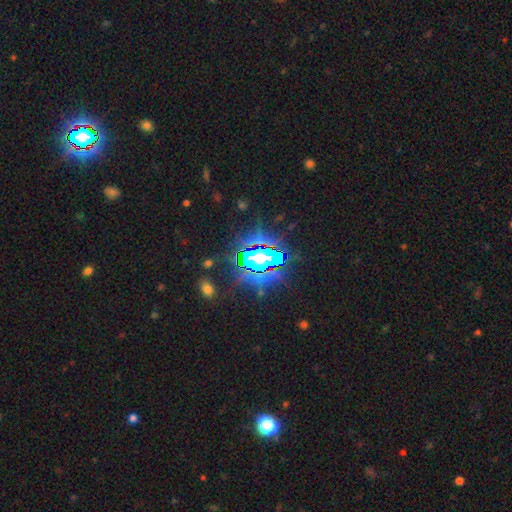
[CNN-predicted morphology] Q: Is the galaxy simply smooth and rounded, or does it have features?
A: star or artifact — 71%.